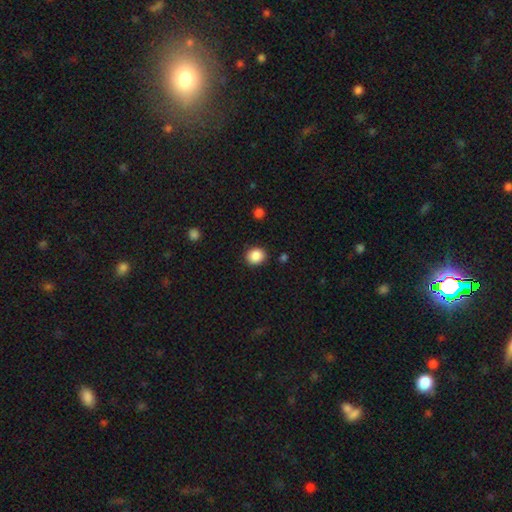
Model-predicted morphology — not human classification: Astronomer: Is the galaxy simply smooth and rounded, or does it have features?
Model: smooth — 87%.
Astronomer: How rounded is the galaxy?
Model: round — 73%.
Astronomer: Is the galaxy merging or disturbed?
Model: none — 88%.